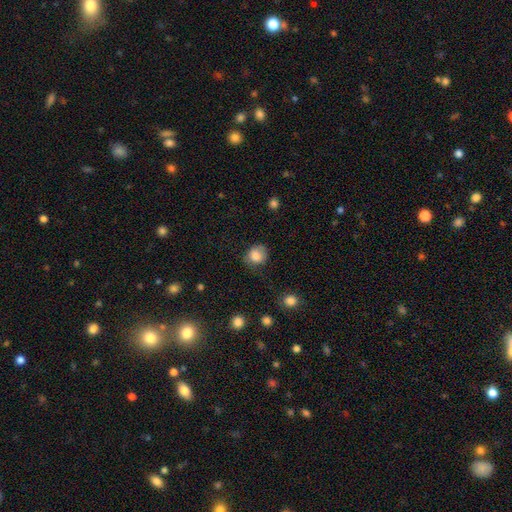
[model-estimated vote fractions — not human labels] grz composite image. It shows a smooth galaxy with no disk features (83%) that is round (72%). Merging: none (64%).